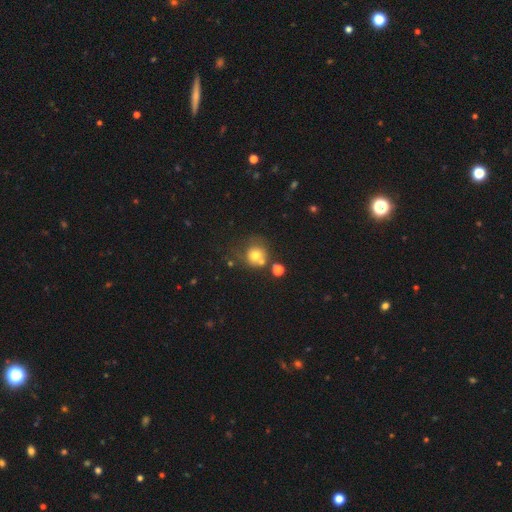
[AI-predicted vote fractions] smooth 73%, featured or disk 14%, star or artifact 13%. Down the decision tree: how rounded — round (86%); merging — none (51%).